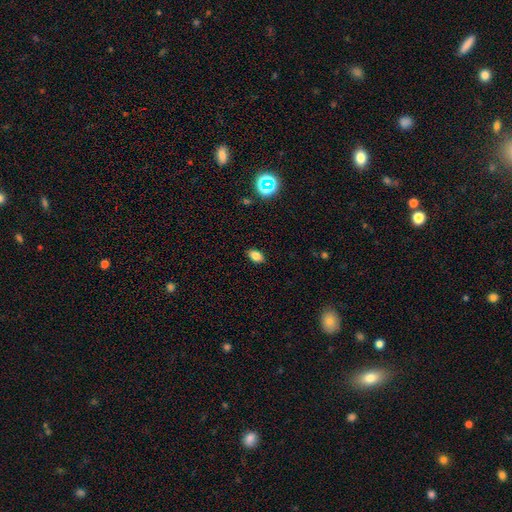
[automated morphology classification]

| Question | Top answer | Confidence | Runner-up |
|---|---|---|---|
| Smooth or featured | smooth | 81% | star or artifact (12%) |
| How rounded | in between | 86% | round (12%) |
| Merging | none | 87% | minor disturbance (9%) |